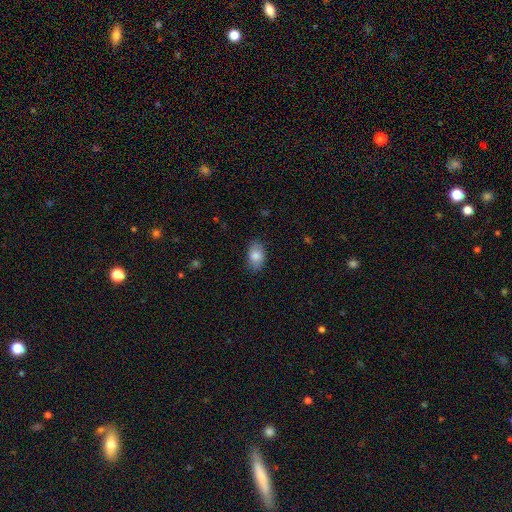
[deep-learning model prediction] Smooth or featured? smooth (82%)
How rounded? in between (90%)
Merging? none (83%)